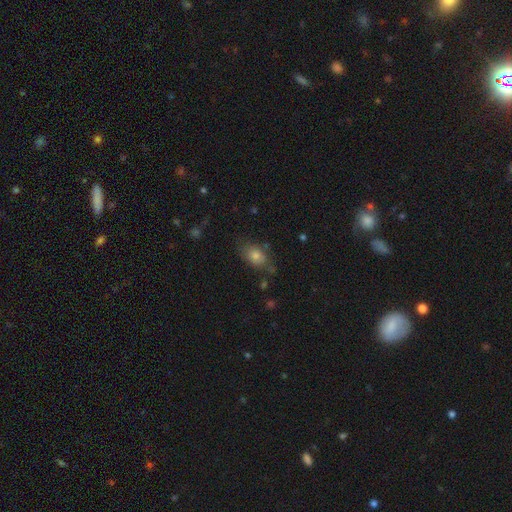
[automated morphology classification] Smooth or featured: smooth — 74% (featured or disk — 15%)
How rounded: in between — 79% (round — 18%)
Merging: none — 68% (minor disturbance — 21%)